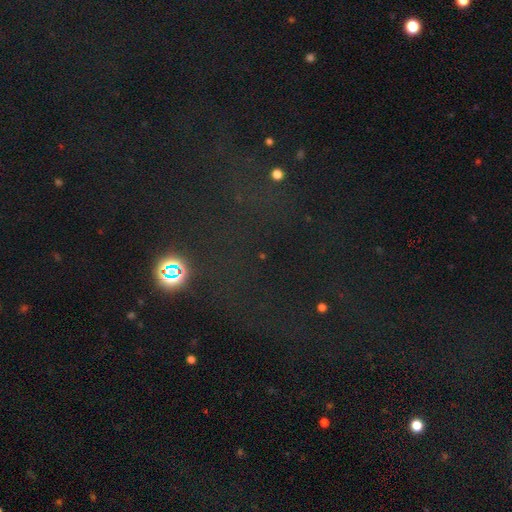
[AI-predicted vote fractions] The model was most divided on "smooth or featured": star or artifact: 68%, smooth: 21%, featured or disk: 11%.